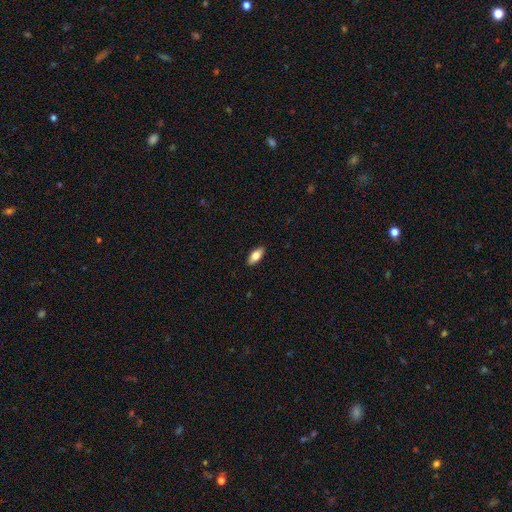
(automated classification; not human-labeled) Overall: smooth (78%). How rounded: in between (87%). Merging: none (90%).